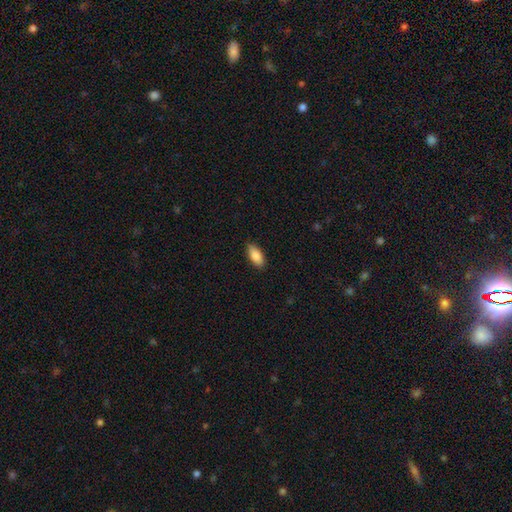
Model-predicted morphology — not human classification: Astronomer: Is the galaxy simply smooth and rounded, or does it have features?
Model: smooth — 85%.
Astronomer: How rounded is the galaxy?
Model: in between — 87%.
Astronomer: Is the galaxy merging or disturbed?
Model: none — 87%.